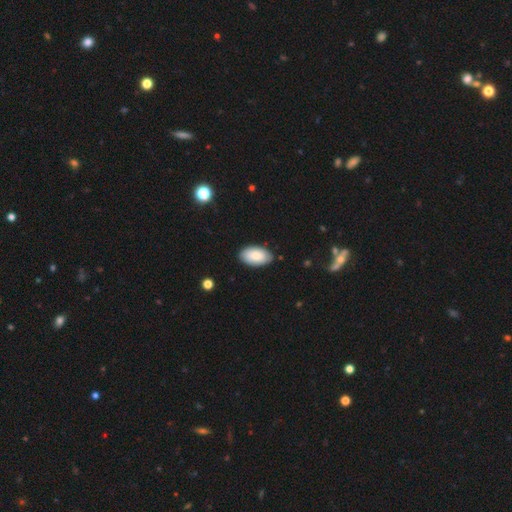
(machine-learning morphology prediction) Q: Smooth or featured?
A: smooth (81%); runner-up: featured or disk (12%)
Q: How rounded?
A: in between (95%); runner-up: round (3%)
Q: Merging?
A: none (84%); runner-up: minor disturbance (12%)